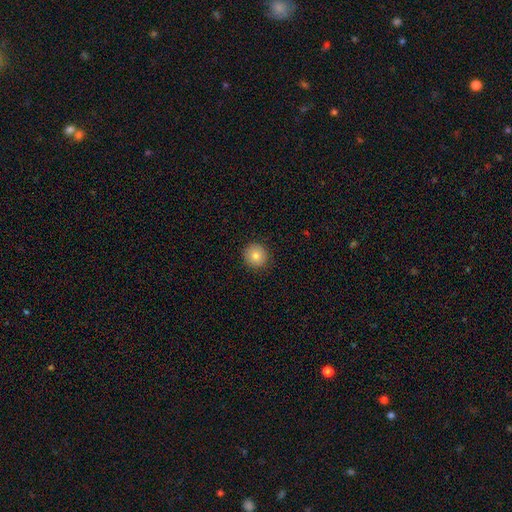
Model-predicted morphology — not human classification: smooth-or-featured: smooth: 82% | star or artifact: 10% | featured or disk: 8%
  how-rounded: round: 93% | in between: 7% | cigar-shaped: 1%
  merging: none: 92% | minor disturbance: 6% | major disturbance: 2% | merger: 1%